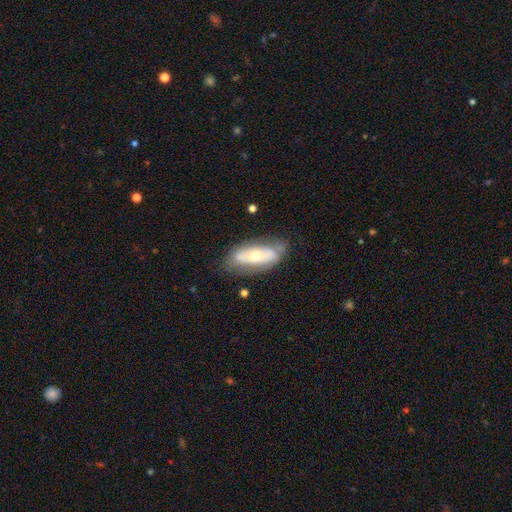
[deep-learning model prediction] The model was most divided on "smooth or featured": featured or disk: 51%, smooth: 43%, star or artifact: 6%. More confident: edge-on disk — no (80%); merging — none (65%).